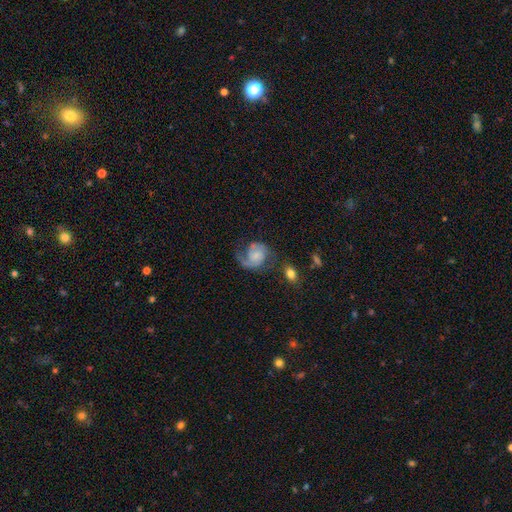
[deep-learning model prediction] Smooth or featured? Predicted: featured or disk (p=0.76). Edge-on disk? Predicted: no (p=0.98). Bar? Predicted: no (p=0.64). Spiral arms? Predicted: yes (p=0.94). Spiral winding? Predicted: medium (p=0.45). Spiral arm count? Predicted: 2 (p=0.51). Bulge size? Predicted: small (p=0.36). Merging? Predicted: none (p=0.47).